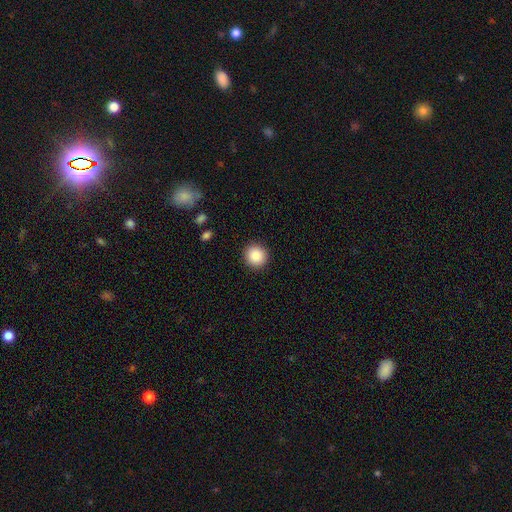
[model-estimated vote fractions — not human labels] Smooth or featured? smooth (87%)
How rounded? round (92%)
Merging? none (91%)